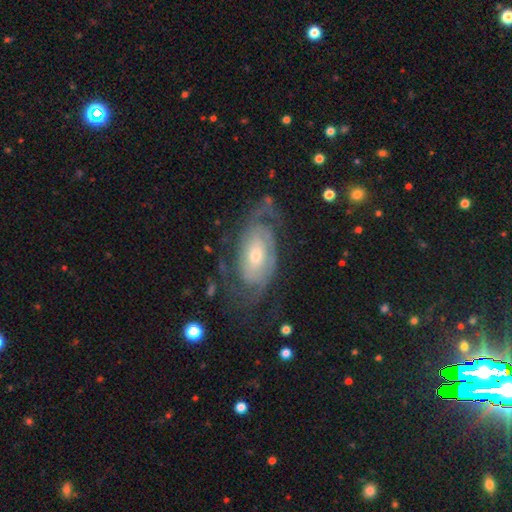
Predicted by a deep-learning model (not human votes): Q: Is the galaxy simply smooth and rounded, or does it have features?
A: featured or disk — 84%.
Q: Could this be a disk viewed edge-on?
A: no — 94%.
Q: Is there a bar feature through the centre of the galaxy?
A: no — 65%.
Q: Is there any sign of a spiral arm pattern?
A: yes — 93%.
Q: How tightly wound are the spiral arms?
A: tight — 61%.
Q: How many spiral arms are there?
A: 2 — 39%.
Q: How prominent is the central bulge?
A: small — 49%.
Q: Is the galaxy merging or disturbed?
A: none — 66%.